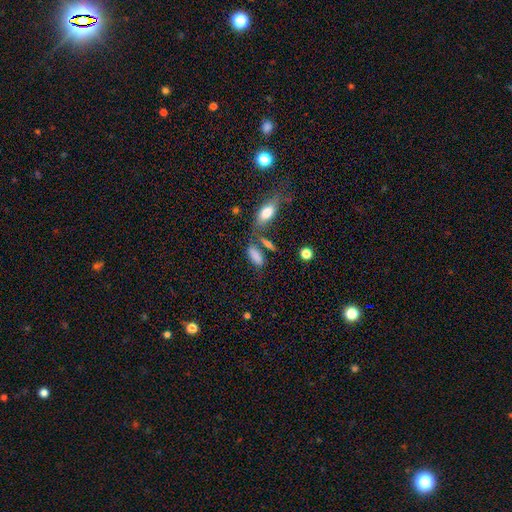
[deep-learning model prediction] A smooth galaxy with no disk features (81%) that is in between round and cigar-shaped (73%). Merging: none (49%).